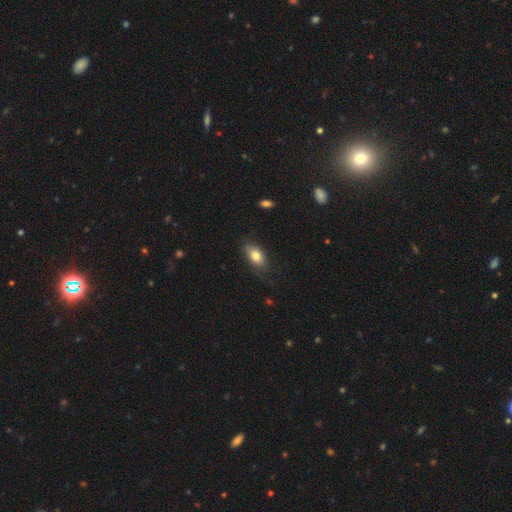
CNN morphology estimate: Overall: smooth (79%). How rounded: in between (87%). Merging: none (73%).